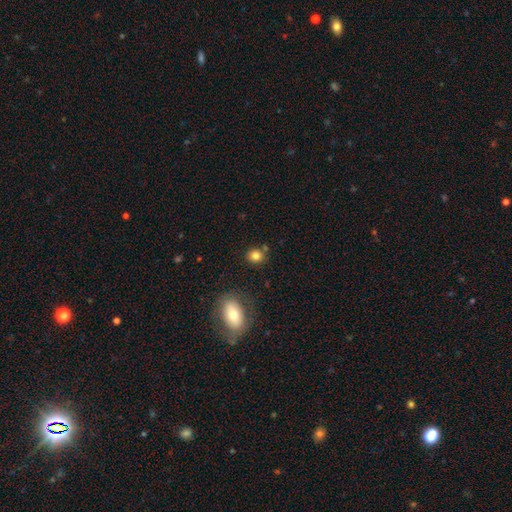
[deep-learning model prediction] Smooth or featured?
  - smooth: 82% *
  - star or artifact: 11%
  - featured or disk: 7%
How rounded?
  - round: 74% *
  - in between: 24%
  - cigar-shaped: 1%
Merging?
  - none: 77% *
  - minor disturbance: 11%
  - merger: 9%
  - major disturbance: 3%